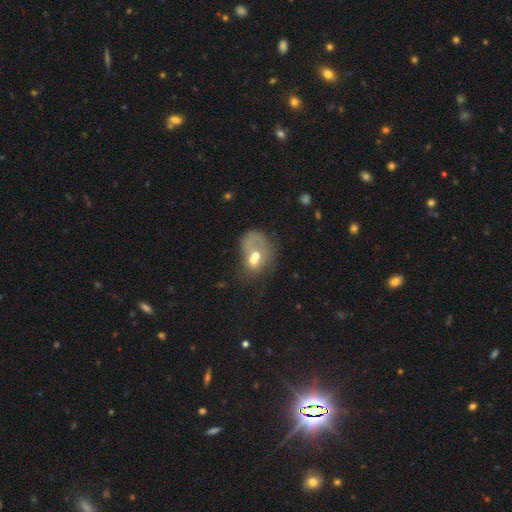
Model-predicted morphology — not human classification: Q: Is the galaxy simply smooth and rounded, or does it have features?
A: smooth — 51%.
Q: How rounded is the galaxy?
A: in between — 56%.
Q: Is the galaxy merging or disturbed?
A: merger — 63%.